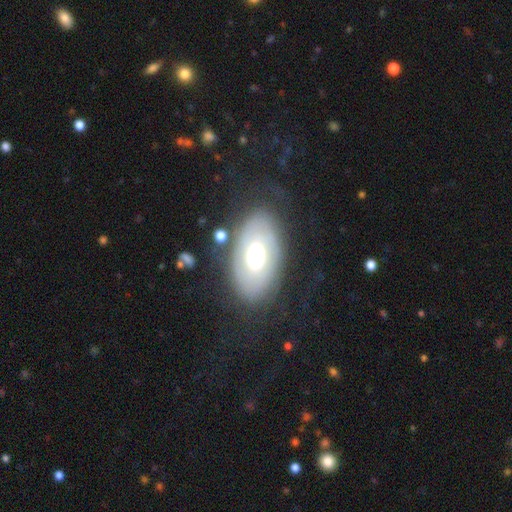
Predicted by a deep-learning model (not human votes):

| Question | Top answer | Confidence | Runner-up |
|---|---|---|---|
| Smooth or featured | featured or disk | 57% | smooth (36%) |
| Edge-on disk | no | 91% | yes (9%) |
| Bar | no | 71% | weak (21%) |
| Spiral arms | no | 52% | yes (48%) |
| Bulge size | moderate | 63% | large (27%) |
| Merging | none | 73% | minor disturbance (16%) |